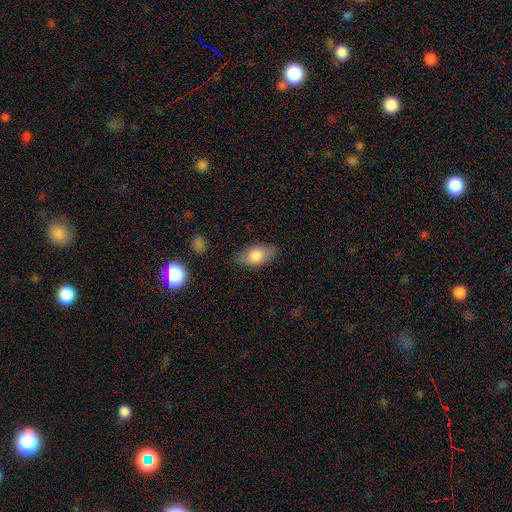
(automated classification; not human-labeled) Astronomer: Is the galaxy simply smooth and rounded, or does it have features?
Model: smooth — 77%.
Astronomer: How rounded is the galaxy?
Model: in between — 91%.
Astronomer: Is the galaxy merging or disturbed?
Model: none — 78%.